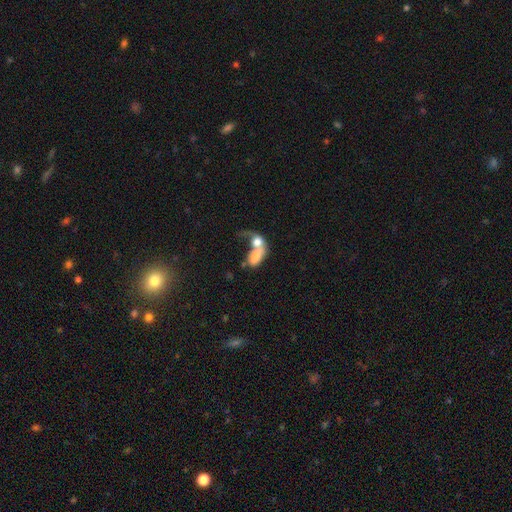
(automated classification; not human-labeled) Morphology: type=smooth (64%); roundness=in between (82%); merging=merger (67%).